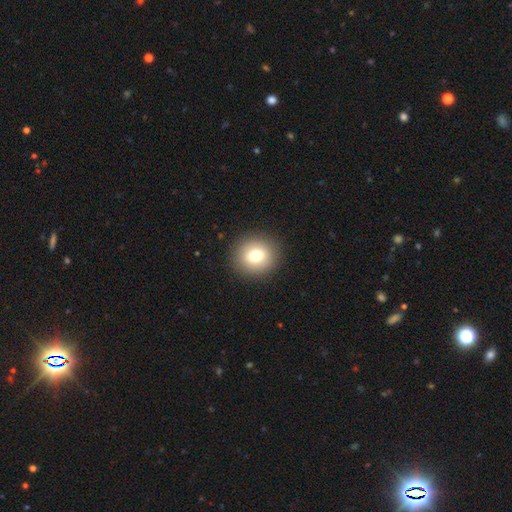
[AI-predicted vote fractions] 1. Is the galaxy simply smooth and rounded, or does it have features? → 76% smooth, 13% featured or disk, 11% star or artifact.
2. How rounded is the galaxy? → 87% round, 12% in between, 1% cigar-shaped.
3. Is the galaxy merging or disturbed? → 91% none, 6% minor disturbance, 2% major disturbance, 1% merger.